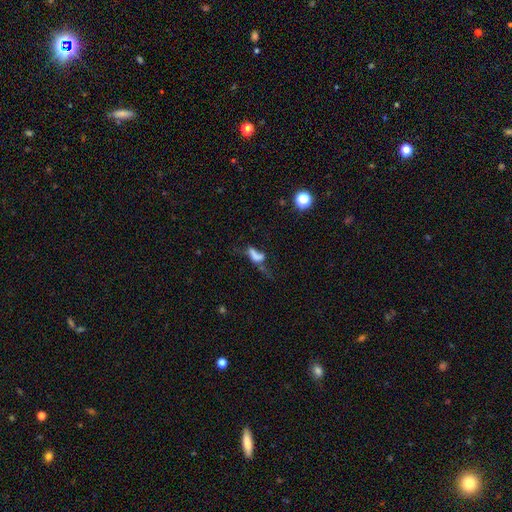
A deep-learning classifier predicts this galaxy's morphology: This appears to be a smooth galaxy with no disk features (49%). Merging: major disturbance (38%).